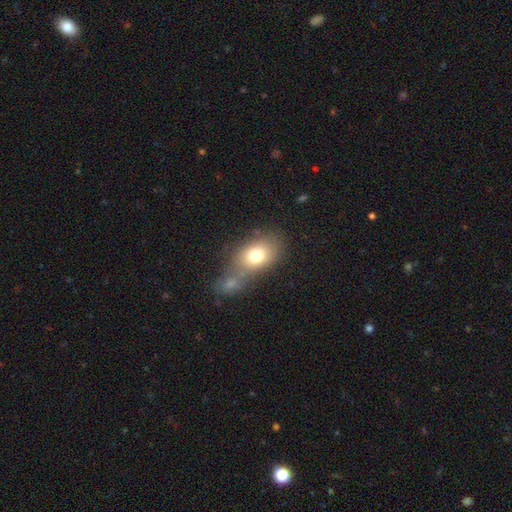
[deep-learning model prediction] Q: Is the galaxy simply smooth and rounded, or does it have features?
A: smooth — 74%.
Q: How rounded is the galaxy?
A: in between — 76%.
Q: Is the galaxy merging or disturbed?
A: none — 40%.